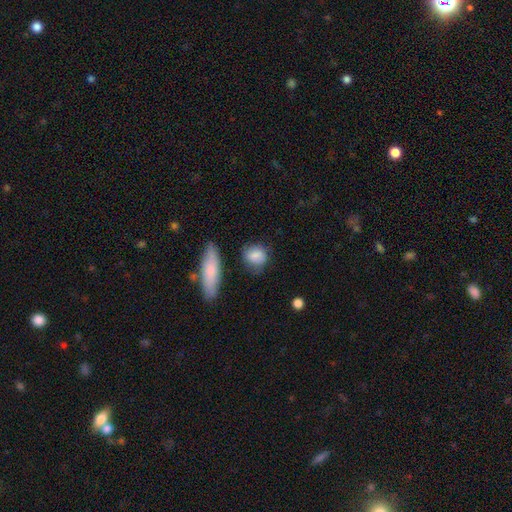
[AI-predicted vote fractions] Smooth or featured? Predicted: smooth (p=0.83). How rounded? Predicted: round (p=0.56). Merging? Predicted: none (p=0.69).